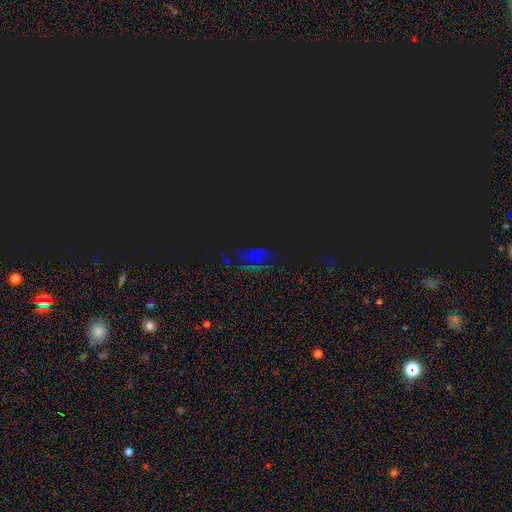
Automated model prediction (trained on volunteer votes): The model was most divided on "smooth or featured": star or artifact: 63%, smooth: 22%, featured or disk: 15%.